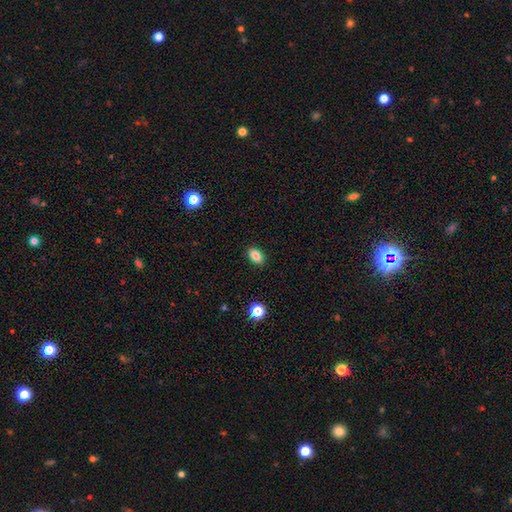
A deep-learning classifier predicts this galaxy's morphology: A smooth galaxy with no disk features (84%) that is in between round and cigar-shaped (87%). Merging: none (90%).